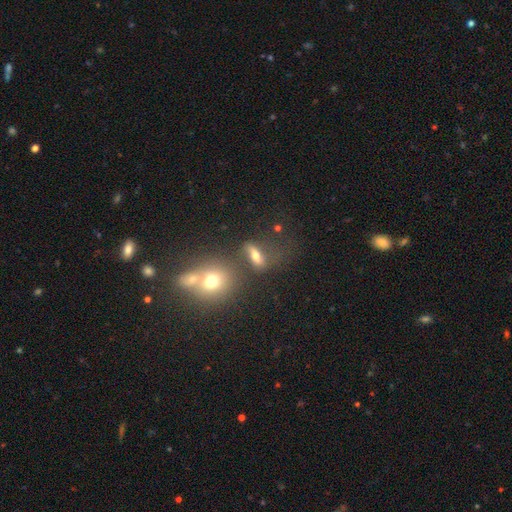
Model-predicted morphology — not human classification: Overall: smooth (57%; featured or disk 27%). How rounded: in between (56%; cigar-shaped 23%). Merging: none (51%; merger 20%).